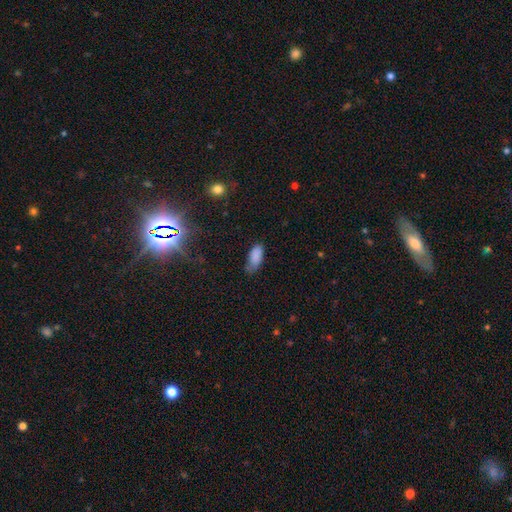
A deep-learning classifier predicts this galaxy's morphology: Smooth or featured? Predicted: smooth (p=0.84). How rounded? Predicted: in between (p=0.88). Merging? Predicted: none (p=0.57).